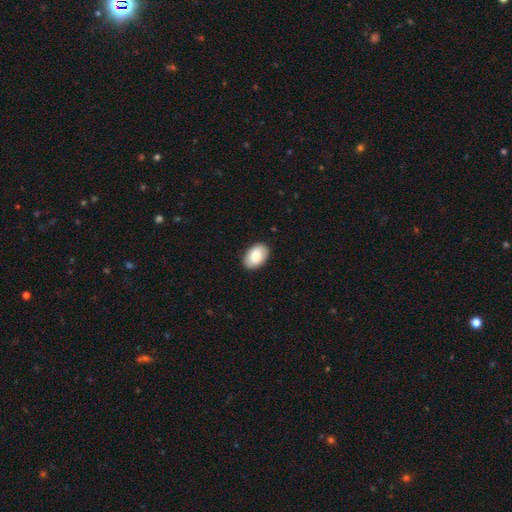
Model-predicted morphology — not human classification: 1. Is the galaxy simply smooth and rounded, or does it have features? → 84% smooth, 10% featured or disk, 6% star or artifact.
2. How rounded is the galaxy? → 92% in between, 7% round, 1% cigar-shaped.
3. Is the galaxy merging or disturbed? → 88% none, 9% minor disturbance, 2% major disturbance, 1% merger.